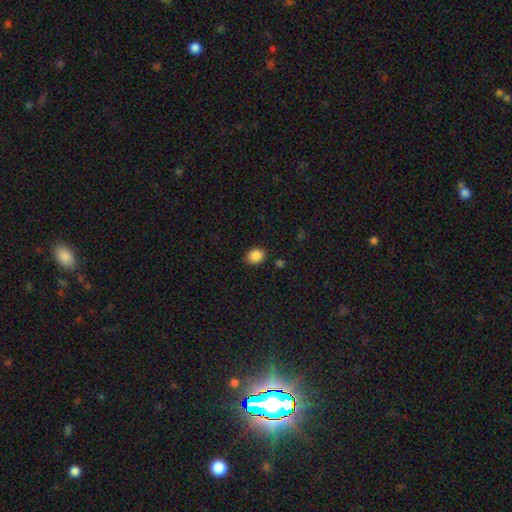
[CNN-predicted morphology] Smooth or featured? Predicted: smooth (p=0.87). How rounded? Predicted: round (p=0.58). Merging? Predicted: none (p=0.85).